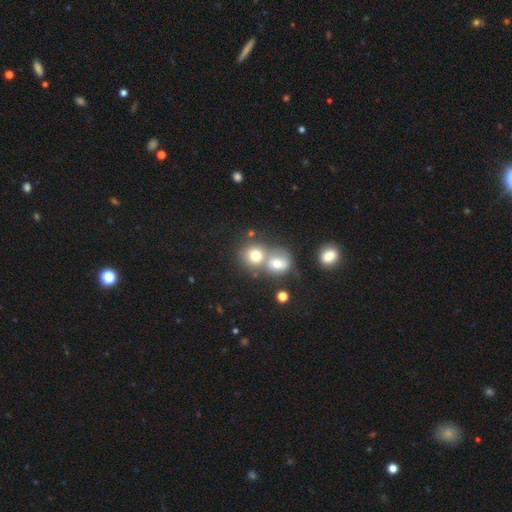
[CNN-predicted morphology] Smooth or featured?
  - smooth: 73% *
  - featured or disk: 15%
  - star or artifact: 13%
How rounded?
  - round: 80% *
  - in between: 19%
  - cigar-shaped: 1%
Merging?
  - merger: 54% *
  - none: 35%
  - minor disturbance: 7%
  - major disturbance: 4%